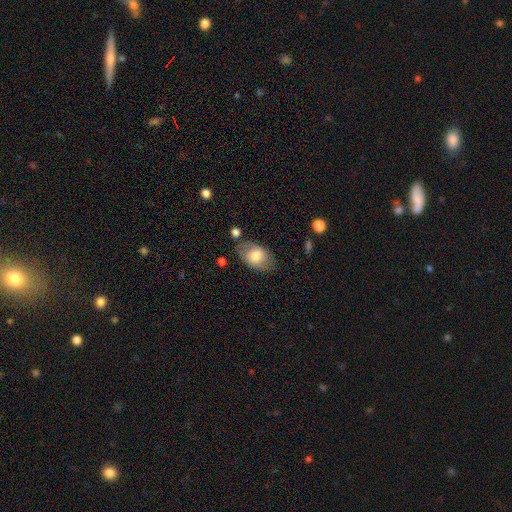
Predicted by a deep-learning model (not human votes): This appears to be a smooth galaxy with no disk features (75%) that is in between round and cigar-shaped (87%). Merging: none (72%).